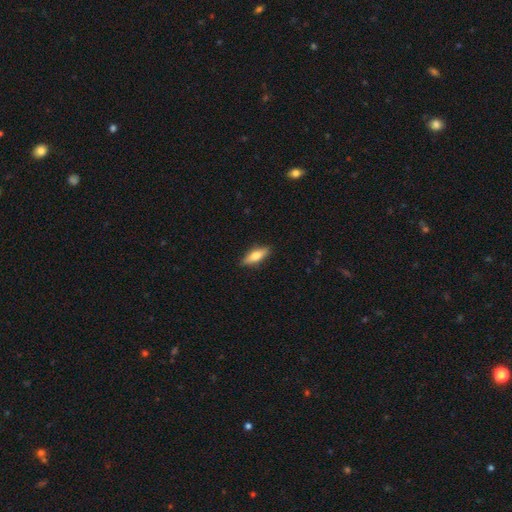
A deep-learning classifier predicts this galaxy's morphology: A smooth galaxy with no disk features (59%) that is cigar-shaped (49%). Merging: none (88%).